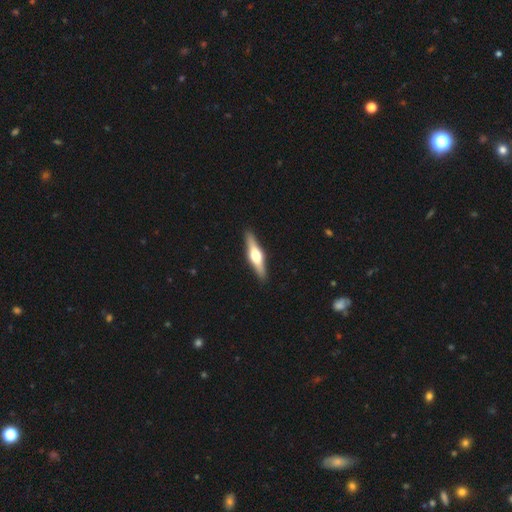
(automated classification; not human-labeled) Q: Smooth or featured?
A: featured or disk (65%); runner-up: smooth (30%)
Q: Edge-on disk?
A: yes (96%); runner-up: no (4%)
Q: Edge-on bulge?
A: rounded (94%); runner-up: boxy (4%)
Q: Merging?
A: none (91%); runner-up: minor disturbance (6%)